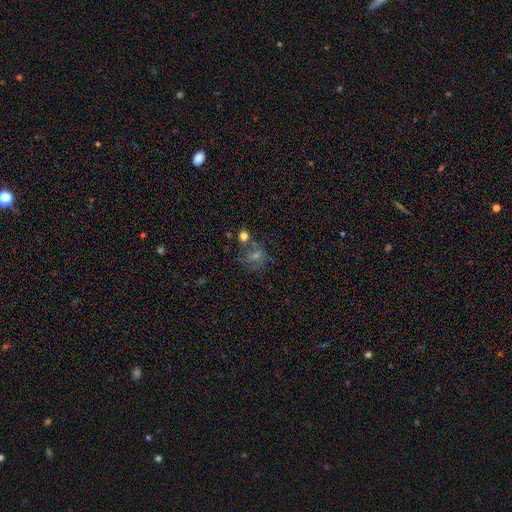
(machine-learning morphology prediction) smooth-or-featured: smooth: 37% | featured or disk: 33% | star or artifact: 31%
  merging: none: 62% | minor disturbance: 15% | merger: 14% | major disturbance: 10%